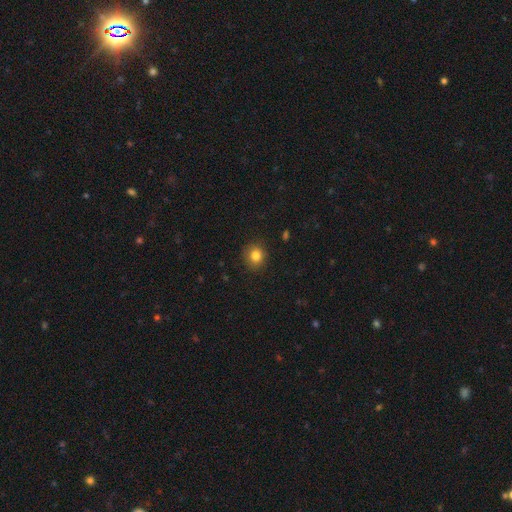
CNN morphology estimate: smooth 82%, star or artifact 11%, featured or disk 6%. Down the decision tree: how rounded — round (83%); merging — none (89%).